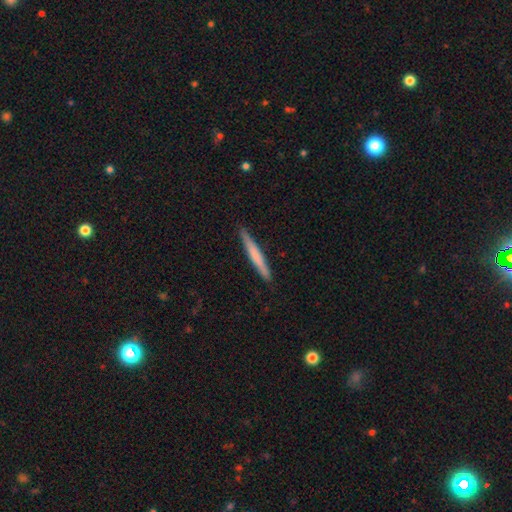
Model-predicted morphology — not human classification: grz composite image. It shows a smooth galaxy with no disk features (62%) that is cigar-shaped (96%). Merging: none (90%).